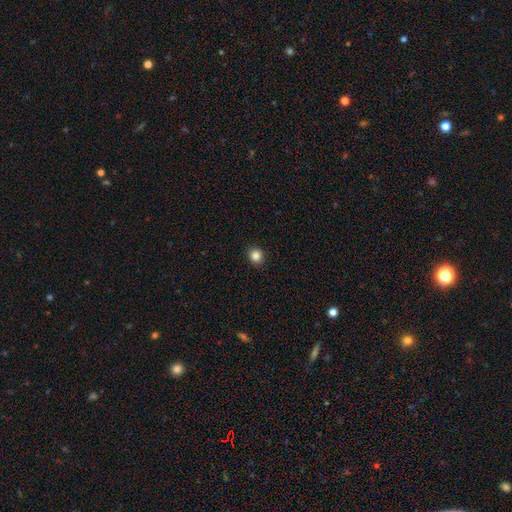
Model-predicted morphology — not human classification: Smooth or featured? Predicted: smooth (p=0.85). How rounded? Predicted: round (p=0.82). Merging? Predicted: none (p=0.91).